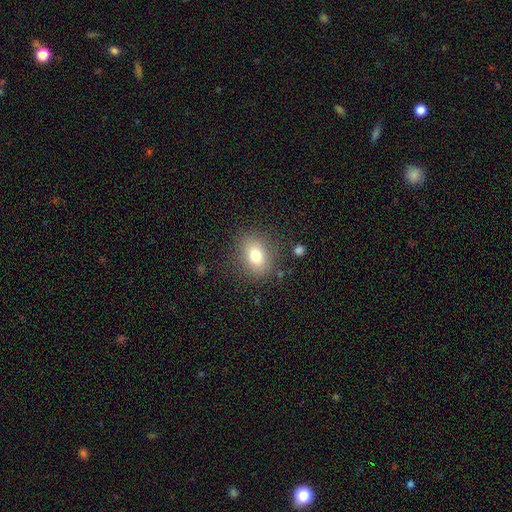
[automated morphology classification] smooth-or-featured: smooth: 77% | featured or disk: 12% | star or artifact: 11%
  how-rounded: in between: 55% | round: 44% | cigar-shaped: 1%
  merging: none: 82% | minor disturbance: 12% | major disturbance: 5% | merger: 2%